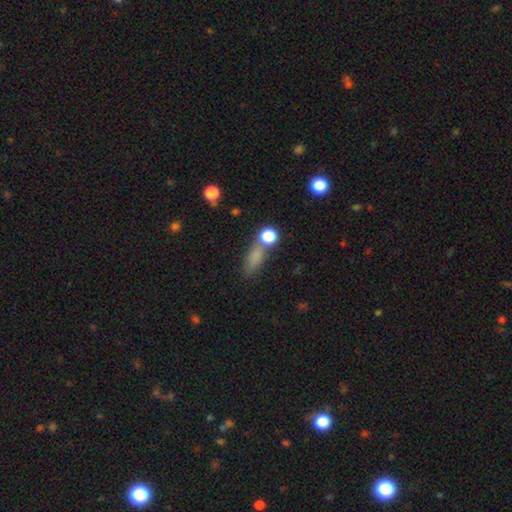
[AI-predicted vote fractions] Smooth or featured: smooth — 76% (star or artifact — 15%)
How rounded: in between — 59% (cigar-shaped — 25%)
Merging: none — 59% (merger — 18%)